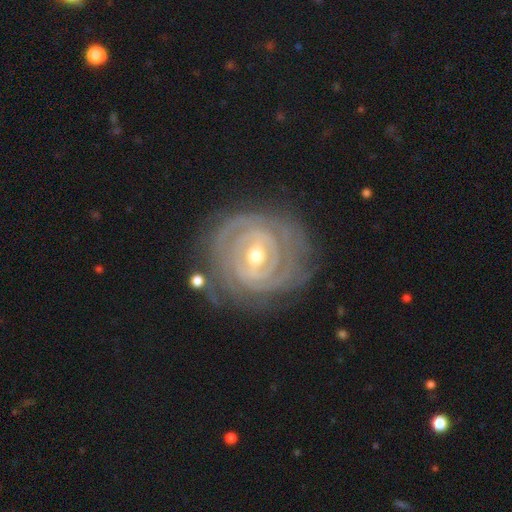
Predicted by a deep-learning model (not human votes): featured or disk 89%, smooth 6%, star or artifact 5%. Down the decision tree: edge-on disk — no (97%); bar — weak (44%); spiral arms — yes (96%); spiral arm count — can't tell (29%); spiral winding — tight (87%); bulge size — moderate (61%); merging — none (79%).